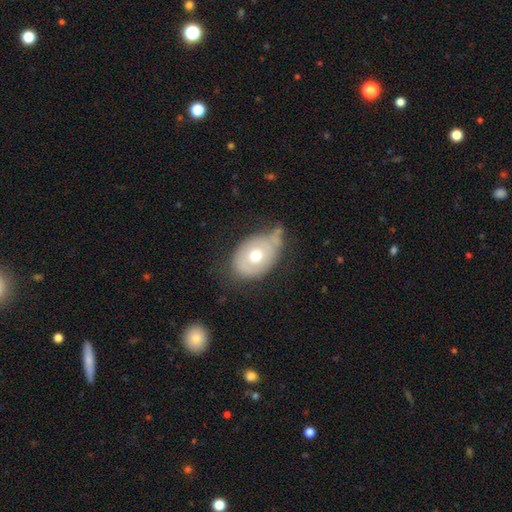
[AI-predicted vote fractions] smooth 57%, featured or disk 36%, star or artifact 7%. Down the decision tree: how rounded — in between (75%); merging — none (44%).